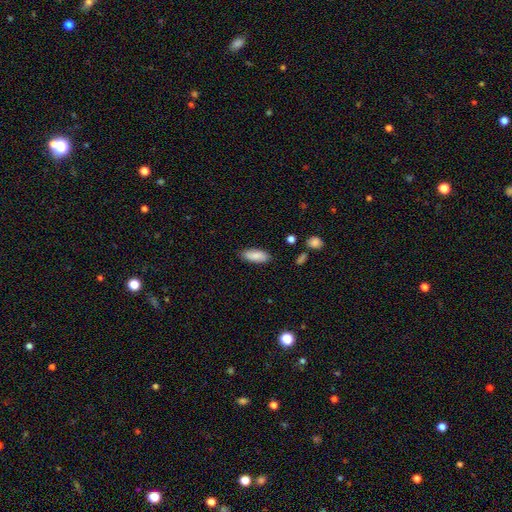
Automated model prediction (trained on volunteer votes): smooth 85%, featured or disk 9%, star or artifact 7%. Down the decision tree: how rounded — in between (82%); merging — none (86%).